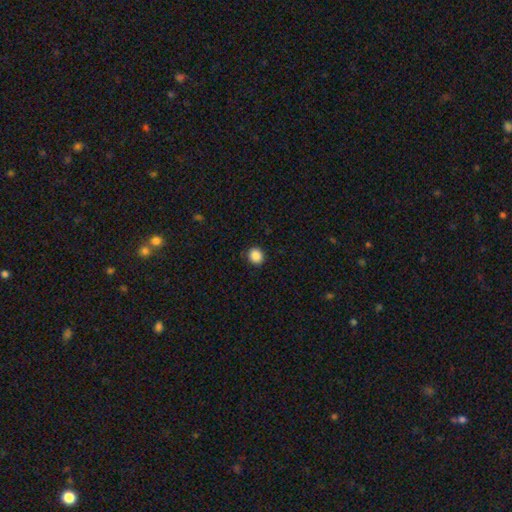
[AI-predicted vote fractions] Overall: smooth (88%). How rounded: round (83%). Merging: none (91%).